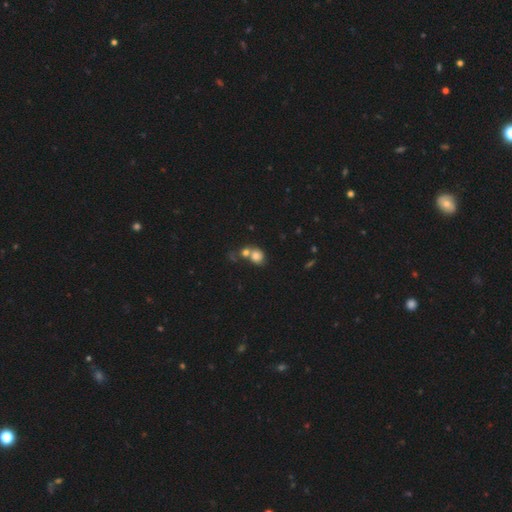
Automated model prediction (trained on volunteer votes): smooth 76%, featured or disk 12%, star or artifact 12%. Down the decision tree: how rounded — round (71%); merging — merger (51%).